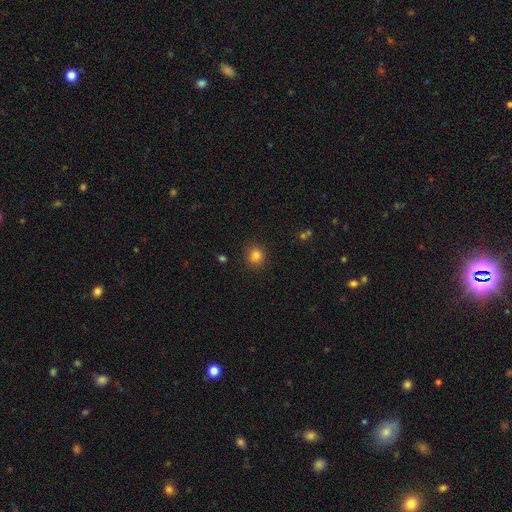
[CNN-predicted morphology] smooth_or_featured: smooth (p=0.83) [alt: star or artifact p=0.12]
how_rounded: round (p=0.86) [alt: in between p=0.13]
merging: none (p=0.89) [alt: minor disturbance p=0.07]